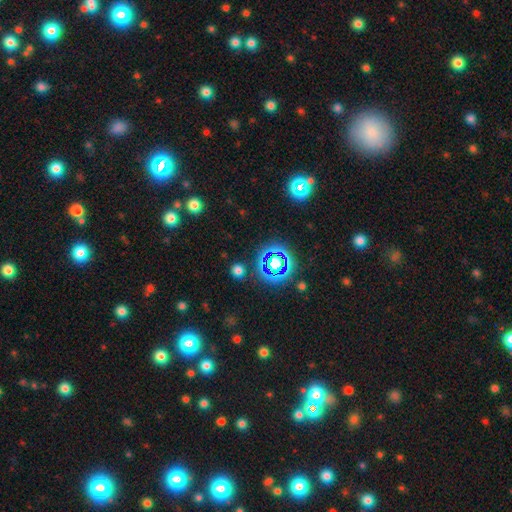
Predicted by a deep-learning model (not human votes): Morphology: type=star or artifact (67%).